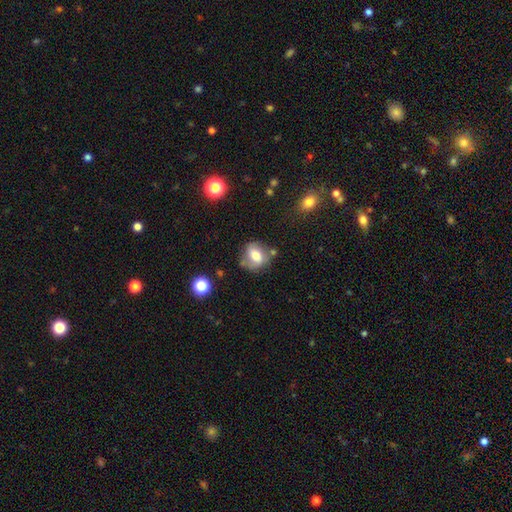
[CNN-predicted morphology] A smooth galaxy with no disk features (62%) that is round (59%). Merging: none (58%).